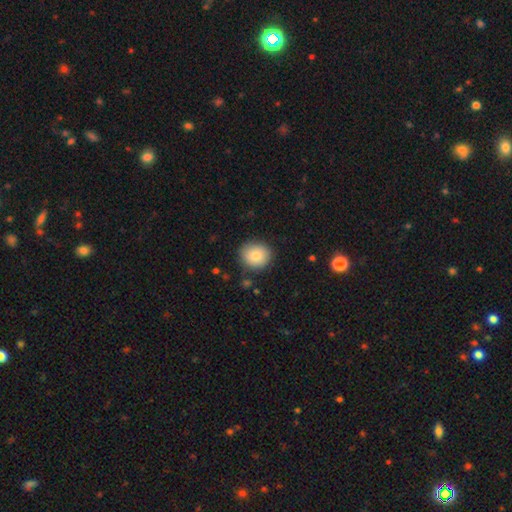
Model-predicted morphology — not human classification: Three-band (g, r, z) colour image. It shows a smooth galaxy with no disk features (82%) that is round (82%). Merging: none (85%).